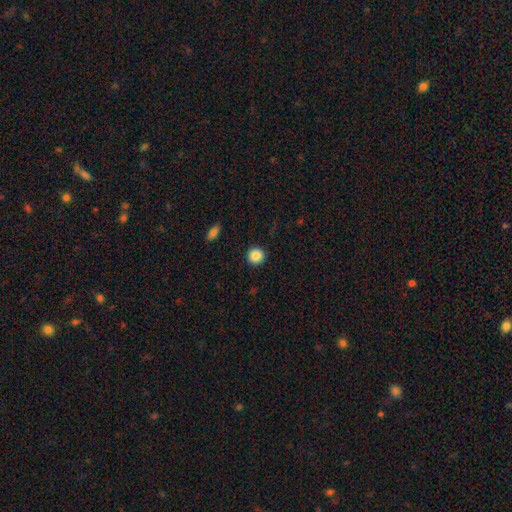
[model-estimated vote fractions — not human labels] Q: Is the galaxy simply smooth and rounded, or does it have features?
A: smooth — 87%.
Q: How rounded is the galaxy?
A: round — 93%.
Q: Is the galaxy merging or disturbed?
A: none — 92%.